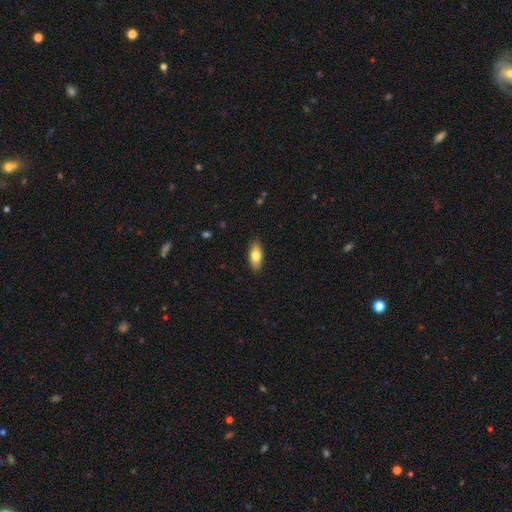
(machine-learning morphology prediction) A smooth galaxy with no disk features (77%) that is in between round and cigar-shaped (84%).

Vote fractions:
- Smooth or featured? smooth: 77% / featured or disk: 16% / star or artifact: 6%
- How rounded? in between: 84% / cigar-shaped: 13% / round: 3%
- Merging? none: 89% / minor disturbance: 9% / major disturbance: 2% / merger: 1%